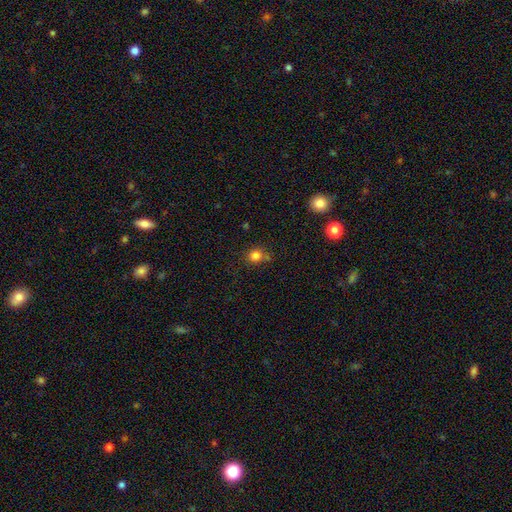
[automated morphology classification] A smooth galaxy with no disk features (81%) that is round (78%).

Vote fractions:
- Smooth or featured? smooth: 81% / star or artifact: 13% / featured or disk: 5%
- How rounded? round: 78% / in between: 21% / cigar-shaped: 1%
- Merging? none: 70% / minor disturbance: 15% / merger: 10% / major disturbance: 4%